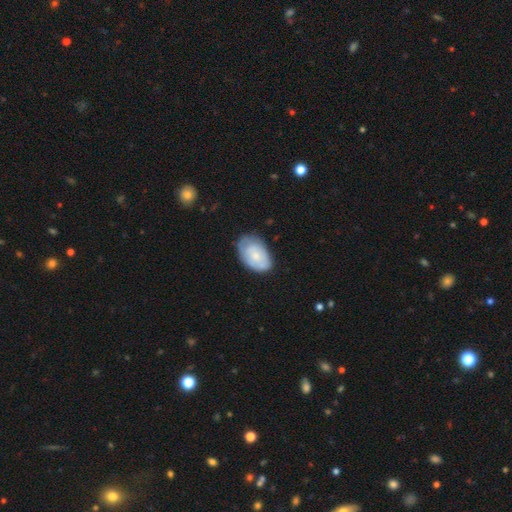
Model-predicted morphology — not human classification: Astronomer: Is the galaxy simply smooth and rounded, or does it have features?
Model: smooth — 61%.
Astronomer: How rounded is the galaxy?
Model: in between — 90%.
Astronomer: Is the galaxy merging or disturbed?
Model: none — 64%.